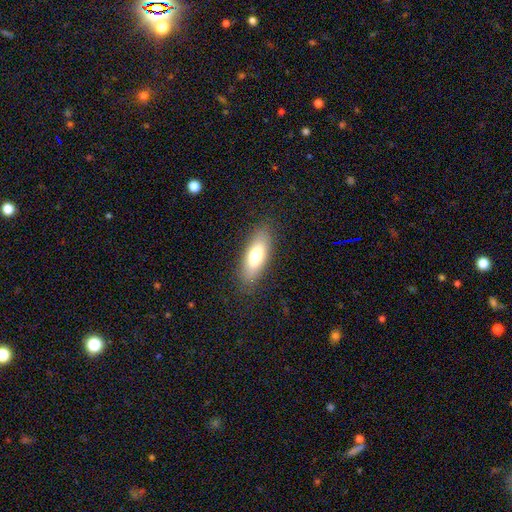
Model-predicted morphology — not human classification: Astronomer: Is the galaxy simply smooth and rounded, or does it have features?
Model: smooth — 73%.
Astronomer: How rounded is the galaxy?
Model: in between — 65%.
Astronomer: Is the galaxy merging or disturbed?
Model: none — 86%.